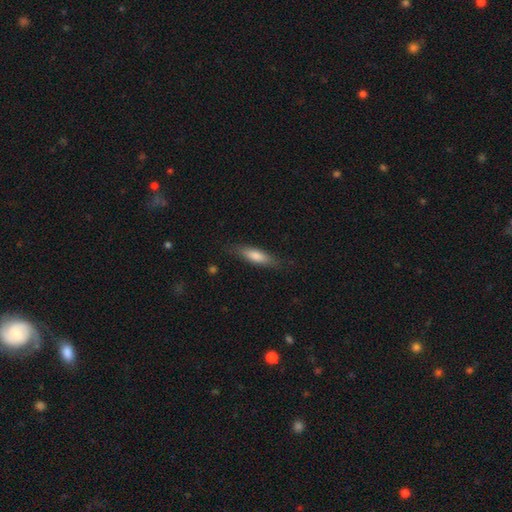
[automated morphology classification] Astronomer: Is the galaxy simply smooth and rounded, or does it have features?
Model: smooth — 72%.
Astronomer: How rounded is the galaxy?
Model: cigar-shaped — 64%.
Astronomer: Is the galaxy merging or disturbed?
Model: none — 81%.